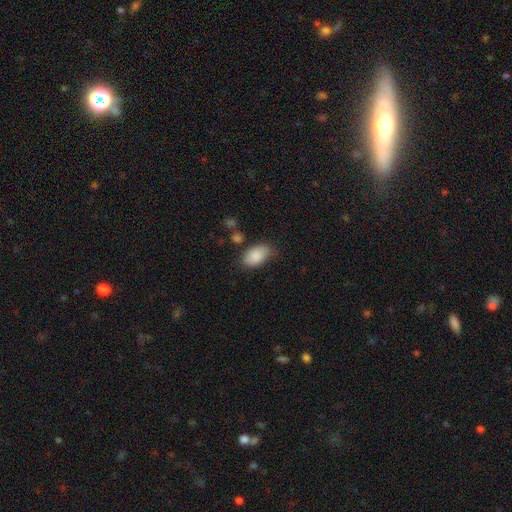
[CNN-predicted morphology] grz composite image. It shows a smooth galaxy with no disk features (88%) that is in between round and cigar-shaped (93%). Merging: none (68%).